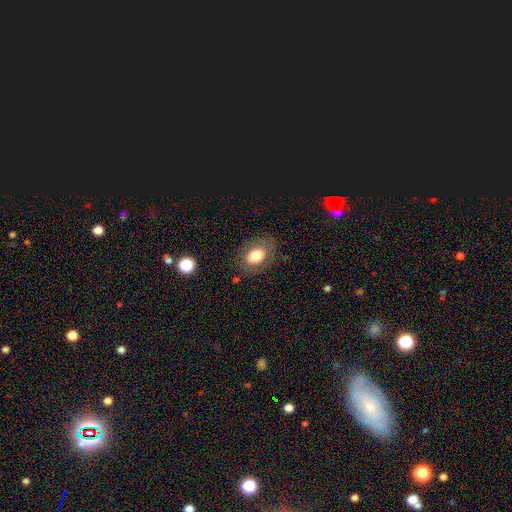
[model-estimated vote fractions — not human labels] Overall: smooth (76%). How rounded: in between (73%). Merging: none (80%).